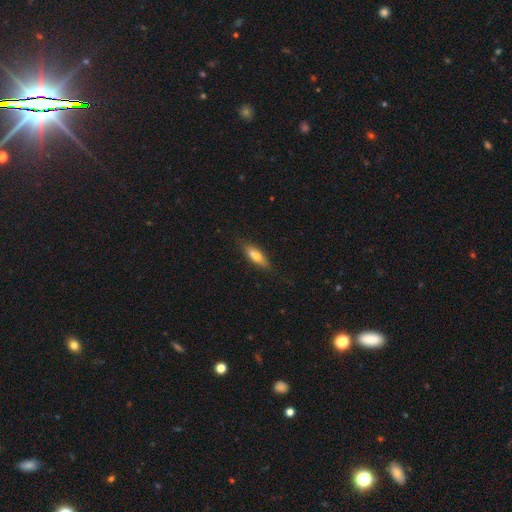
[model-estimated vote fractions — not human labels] This is likely a smooth galaxy (65%). How rounded: possibly cigar-shaped (51%). Merging: likely none (80%).